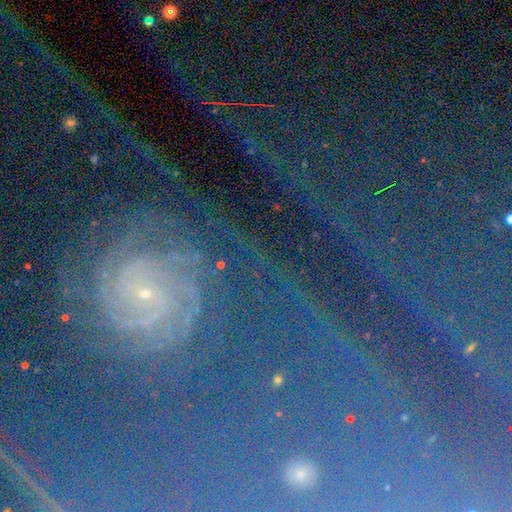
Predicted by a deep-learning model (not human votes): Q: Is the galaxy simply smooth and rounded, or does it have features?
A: featured or disk — 53%.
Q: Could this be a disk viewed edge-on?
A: no — 92%.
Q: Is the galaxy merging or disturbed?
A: none — 76%.